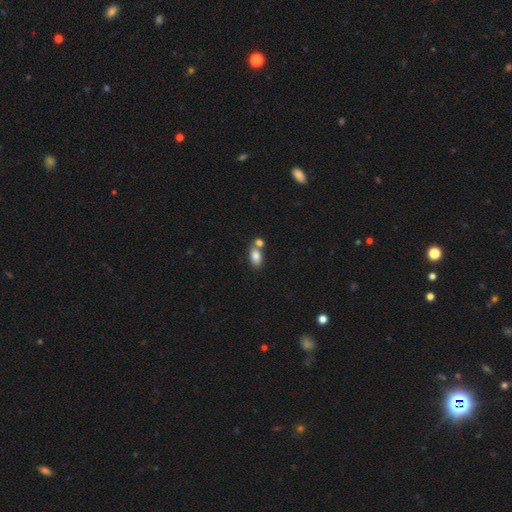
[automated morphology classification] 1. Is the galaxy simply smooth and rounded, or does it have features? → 82% smooth, 10% featured or disk, 8% star or artifact.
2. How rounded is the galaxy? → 89% in between, 8% round, 3% cigar-shaped.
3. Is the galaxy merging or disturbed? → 46% none, 40% merger, 10% minor disturbance, 3% major disturbance.